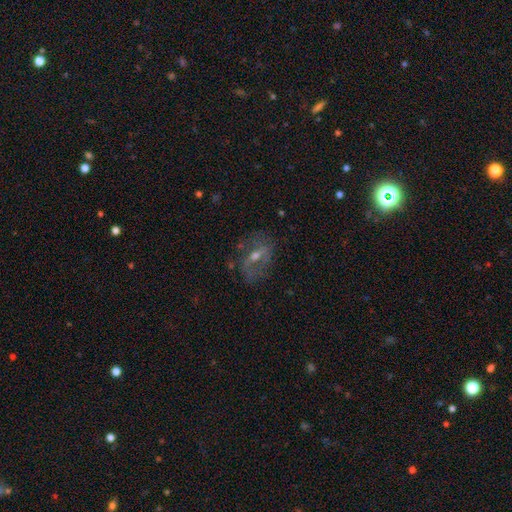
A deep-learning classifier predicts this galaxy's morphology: The model was most divided on "bar": weak: 44%, no: 30%, strong: 26%. More confident: edge-on disk — no (92%); smooth or featured — featured or disk (65%); merging — none (64%); spiral arms — yes (60%); bulge size — moderate (55%).